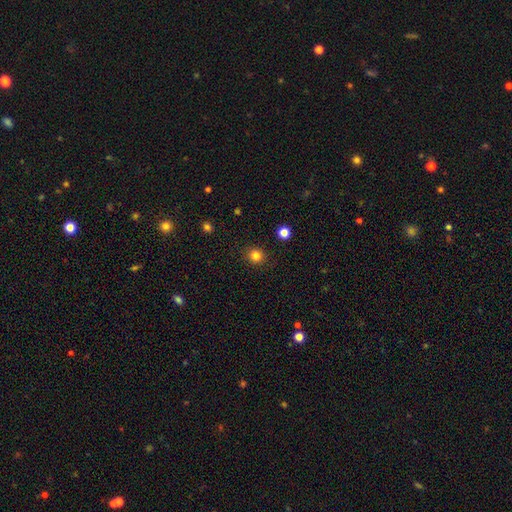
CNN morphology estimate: smooth_or_featured: smooth (p=0.83) [alt: star or artifact p=0.13]
how_rounded: round (p=0.90) [alt: in between p=0.09]
merging: none (p=0.91) [alt: minor disturbance p=0.06]